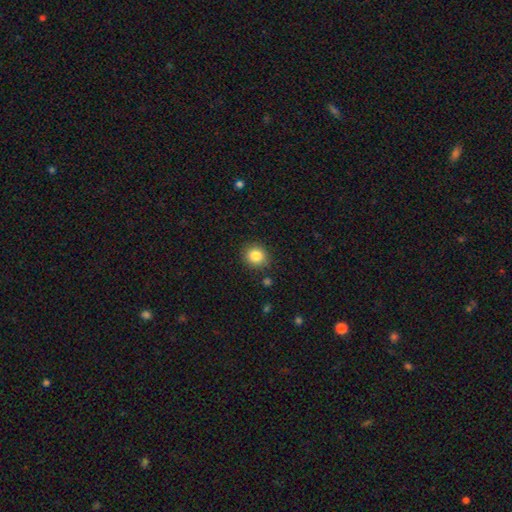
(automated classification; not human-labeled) smooth-or-featured: smooth: 84% | star or artifact: 10% | featured or disk: 6%
  how-rounded: round: 83% | in between: 16% | cigar-shaped: 1%
  merging: none: 87% | minor disturbance: 9% | major disturbance: 2% | merger: 2%